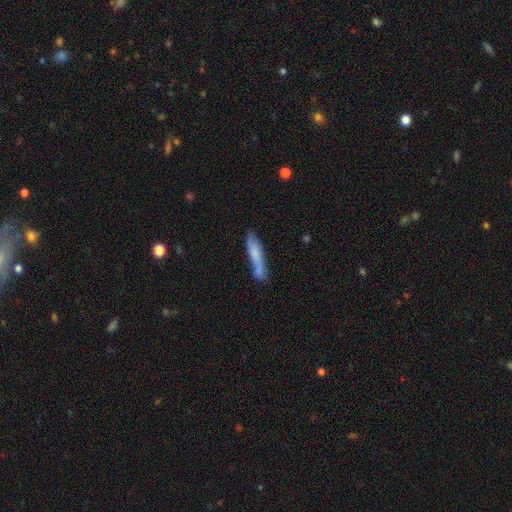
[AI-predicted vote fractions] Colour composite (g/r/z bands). It shows a smooth galaxy with no disk features (62%) that is cigar-shaped (89%). Merging: none (61%).